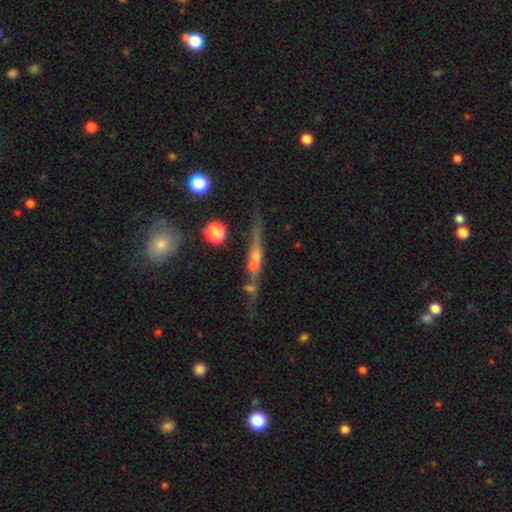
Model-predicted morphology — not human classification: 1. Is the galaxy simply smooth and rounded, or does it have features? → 60% featured or disk, 24% smooth, 16% star or artifact.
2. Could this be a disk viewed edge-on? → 84% yes, 16% no.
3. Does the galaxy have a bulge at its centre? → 72% rounded, 19% none, 8% boxy.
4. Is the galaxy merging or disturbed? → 58% none, 21% merger, 14% minor disturbance, 7% major disturbance.